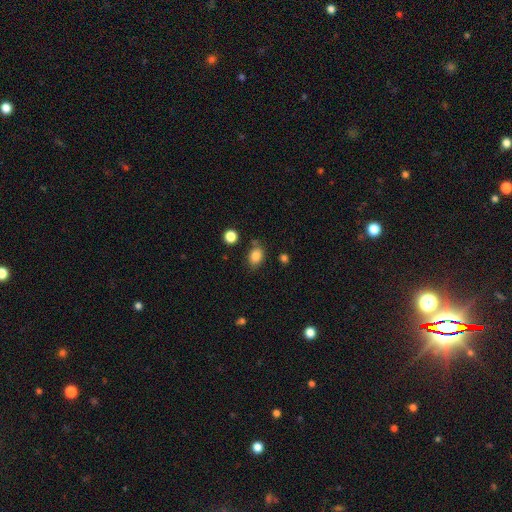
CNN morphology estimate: Smooth or featured? smooth (84%)
How rounded? in between (62%)
Merging? none (74%)